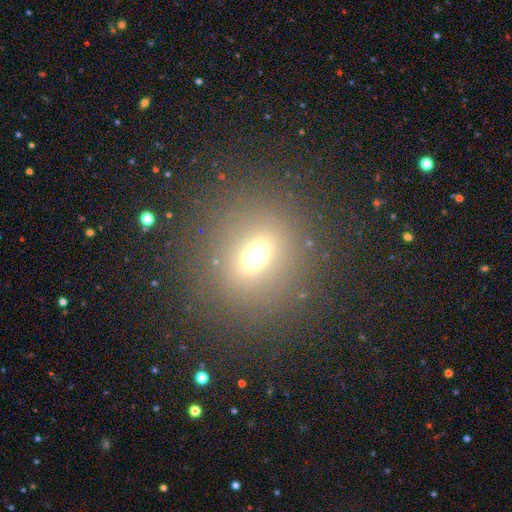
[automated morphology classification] This appears to be a smooth galaxy with no disk features (60%) that is round (56%). Merging: none (82%).